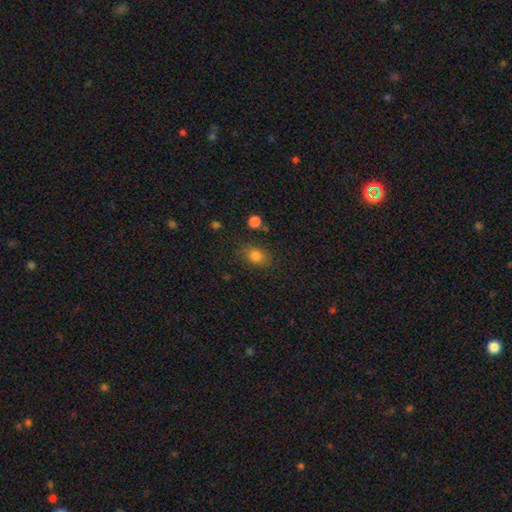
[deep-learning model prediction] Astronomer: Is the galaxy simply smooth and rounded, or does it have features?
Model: smooth — 83%.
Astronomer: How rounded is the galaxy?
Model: in between — 70%.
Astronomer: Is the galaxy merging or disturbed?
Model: none — 78%.